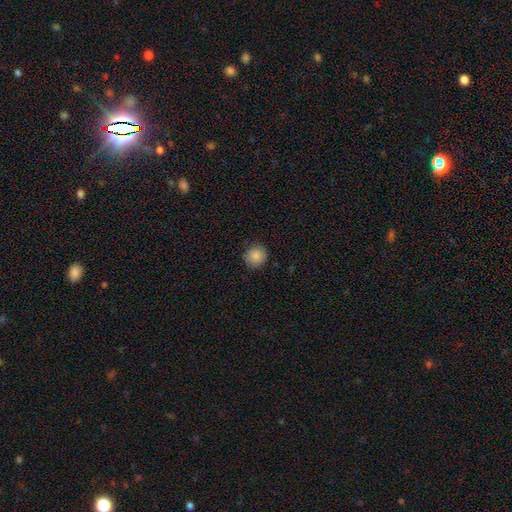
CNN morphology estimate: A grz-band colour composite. It shows a smooth galaxy with no disk features (86%) that is round (84%). Merging: none (84%).